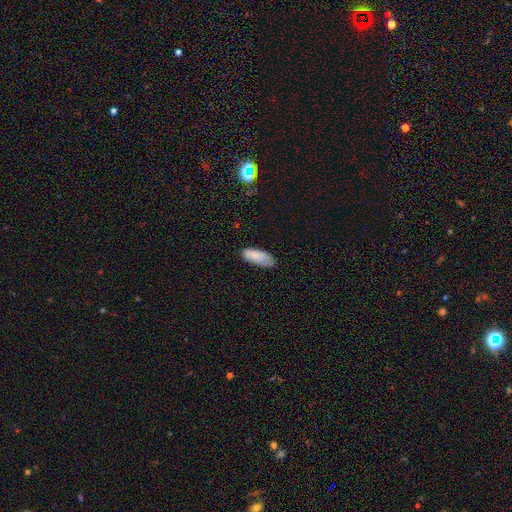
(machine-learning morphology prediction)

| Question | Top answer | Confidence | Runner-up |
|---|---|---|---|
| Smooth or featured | smooth | 83% | featured or disk (10%) |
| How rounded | in between | 82% | cigar-shaped (17%) |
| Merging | none | 63% | minor disturbance (29%) |